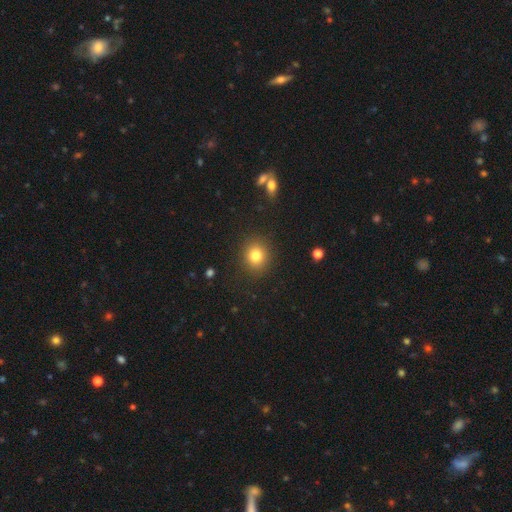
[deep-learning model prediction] Smooth or featured: smooth — 81% (star or artifact — 12%)
How rounded: round — 78% (in between — 21%)
Merging: none — 89% (minor disturbance — 7%)